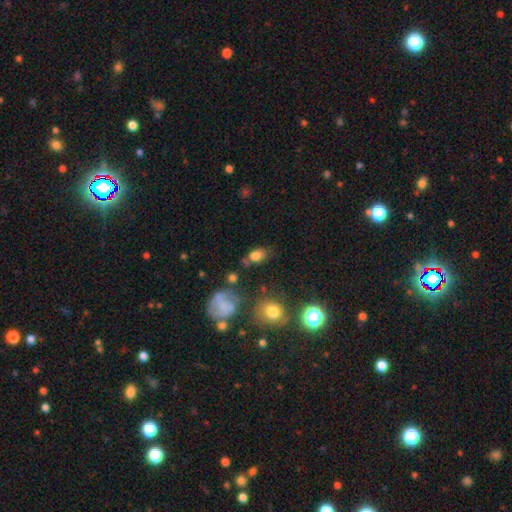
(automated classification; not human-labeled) smooth-or-featured: smooth: 74% | featured or disk: 14% | star or artifact: 12%
  how-rounded: in between: 76% | round: 21% | cigar-shaped: 2%
  merging: none: 58% | minor disturbance: 22% | merger: 11% | major disturbance: 10%